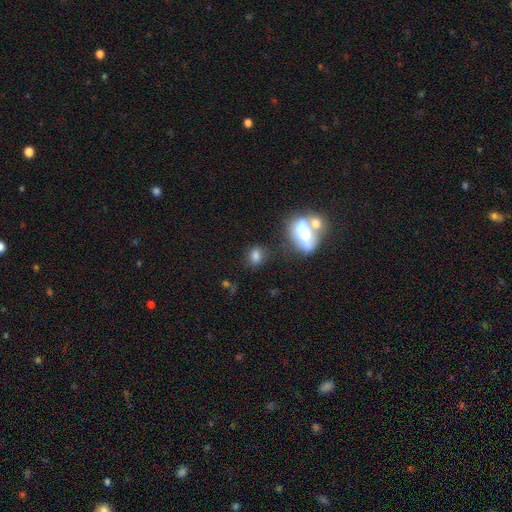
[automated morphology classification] This is likely a smooth galaxy (75%). How rounded: likely in between (65%). Merging: likely none (65%).